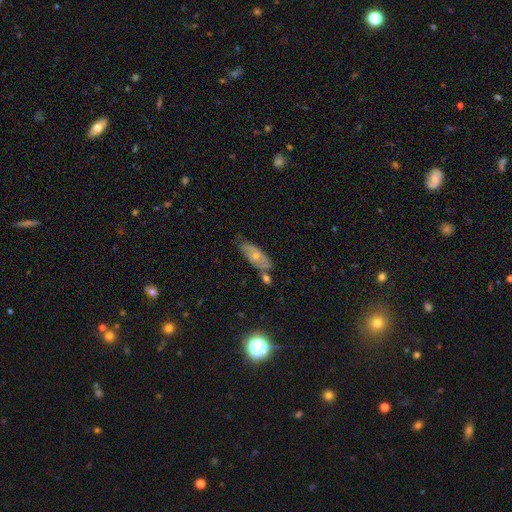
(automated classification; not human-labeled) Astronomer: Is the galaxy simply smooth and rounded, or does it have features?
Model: featured or disk — 47% (runner-up: smooth, 39%).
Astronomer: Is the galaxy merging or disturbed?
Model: none — 65%.